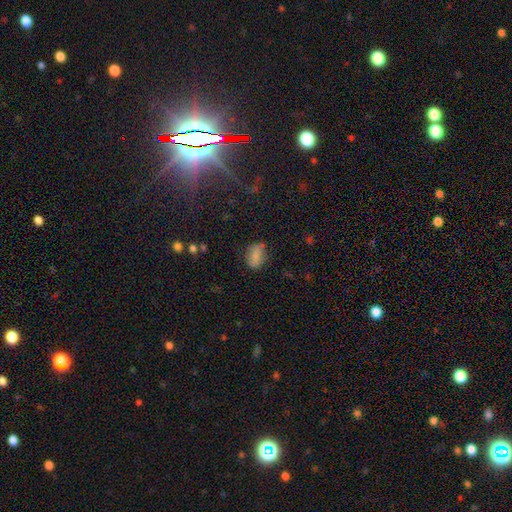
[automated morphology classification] This is likely a smooth galaxy (80%). How rounded: clearly in between (84%). Merging: likely none (71%).